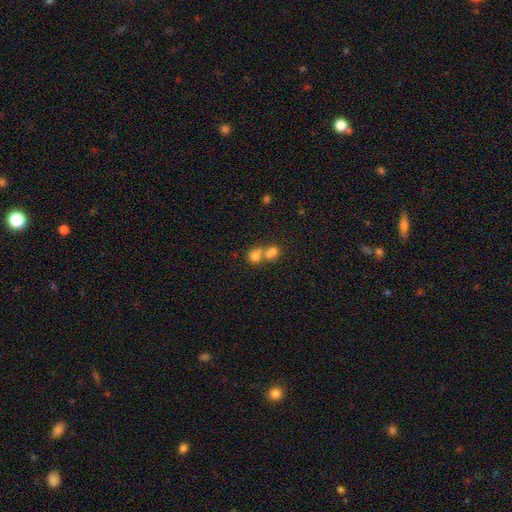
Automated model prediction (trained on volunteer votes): Q: Smooth or featured?
A: smooth (75%); runner-up: star or artifact (13%)
Q: How rounded?
A: round (76%); runner-up: in between (22%)
Q: Merging?
A: merger (56%); runner-up: none (33%)